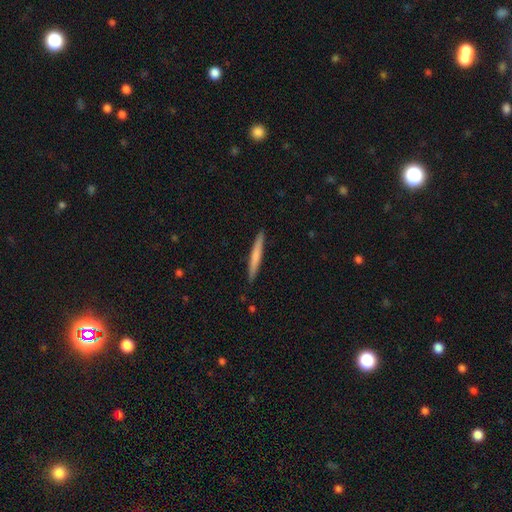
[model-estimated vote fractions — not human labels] Smooth or featured: smooth — 64% (featured or disk — 31%)
How rounded: cigar-shaped — 97% (in between — 2%)
Merging: none — 92% (minor disturbance — 6%)